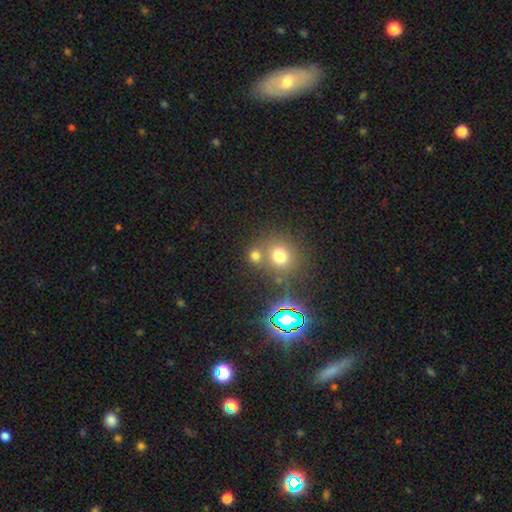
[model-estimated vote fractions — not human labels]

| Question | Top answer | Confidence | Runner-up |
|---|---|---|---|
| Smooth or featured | smooth | 64% | star or artifact (28%) |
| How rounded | round | 85% | in between (14%) |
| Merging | none | 61% | merger (29%) |